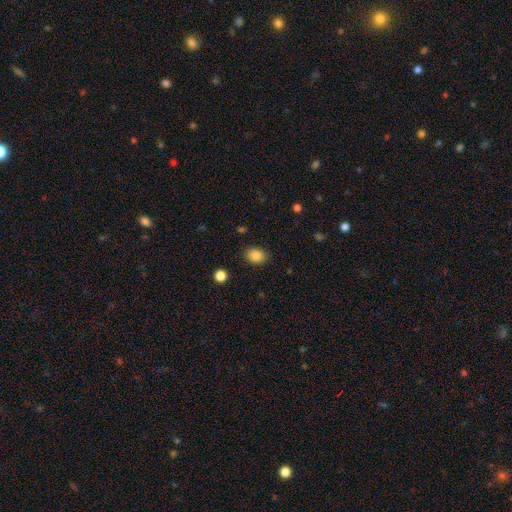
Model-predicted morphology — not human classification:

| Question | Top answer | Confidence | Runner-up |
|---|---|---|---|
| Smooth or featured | smooth | 86% | star or artifact (9%) |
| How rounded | in between | 58% | round (41%) |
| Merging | none | 86% | minor disturbance (10%) |